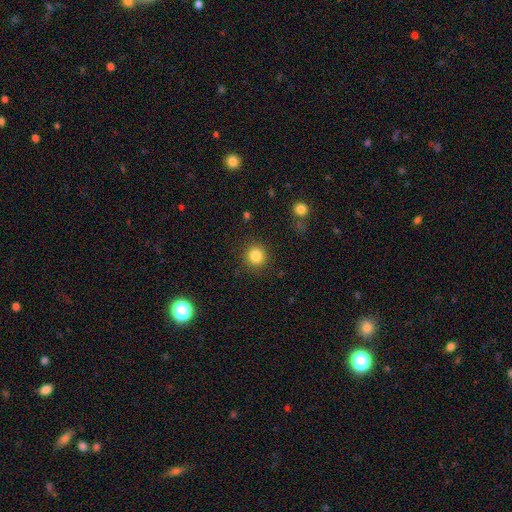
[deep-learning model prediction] The model was most divided on "smooth or featured": smooth: 84%, star or artifact: 11%, featured or disk: 5%. More confident: how rounded — round (93%); merging — none (89%).